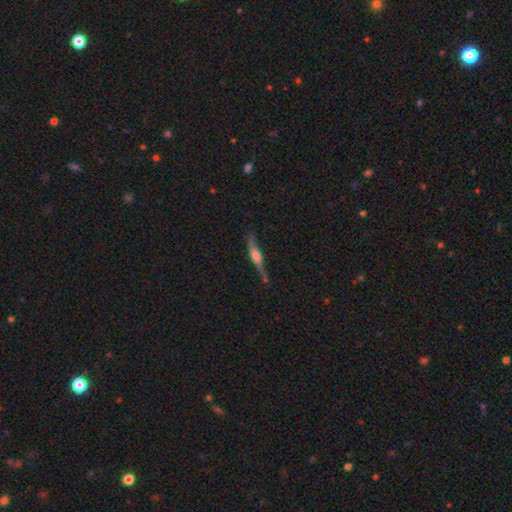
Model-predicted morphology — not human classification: Overall: featured or disk (67%). Edge-on disk: yes (95%). Edge-on bulge: rounded (79%). Merging: none (72%).